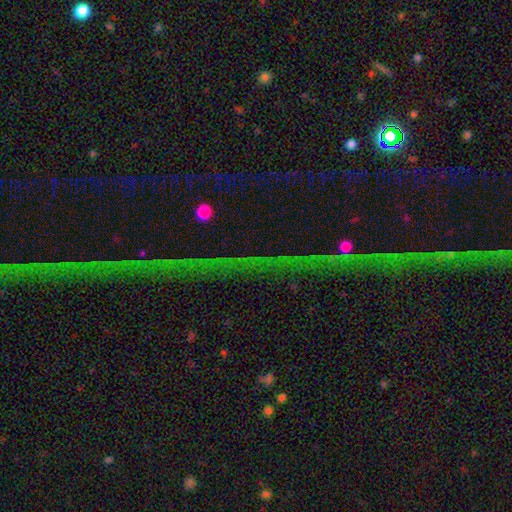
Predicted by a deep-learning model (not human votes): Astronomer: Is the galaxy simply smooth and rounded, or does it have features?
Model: star or artifact — 72%.